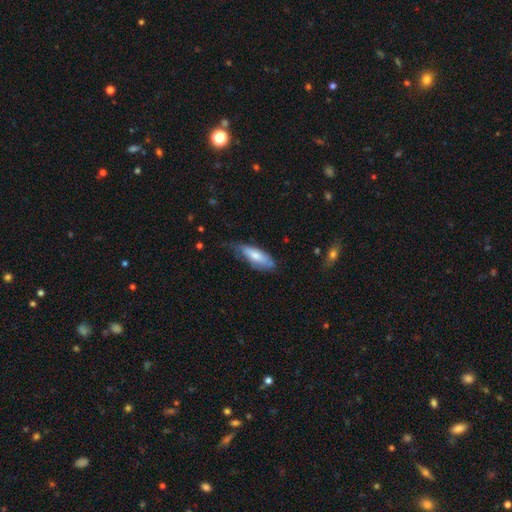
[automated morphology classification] A smooth galaxy with no disk features (70%) that is in between round and cigar-shaped (63%).

Vote fractions:
- Smooth or featured? smooth: 70% / featured or disk: 24% / star or artifact: 6%
- How rounded? in between: 63% / cigar-shaped: 35% / round: 2%
- Merging? none: 51% / minor disturbance: 36% / major disturbance: 11% / merger: 2%